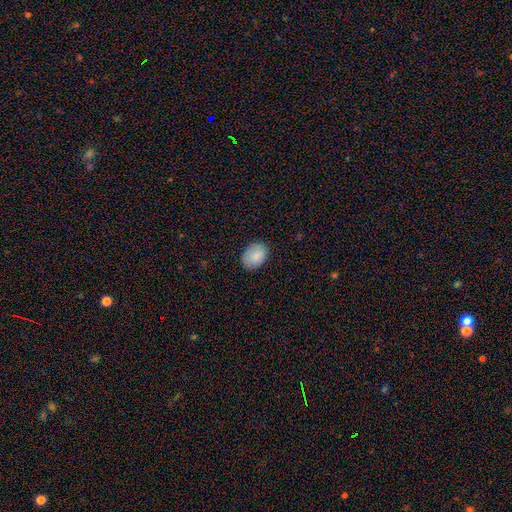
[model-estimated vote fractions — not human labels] smooth 88%, star or artifact 7%, featured or disk 5%. Down the decision tree: how rounded — in between (74%); merging — none (83%).